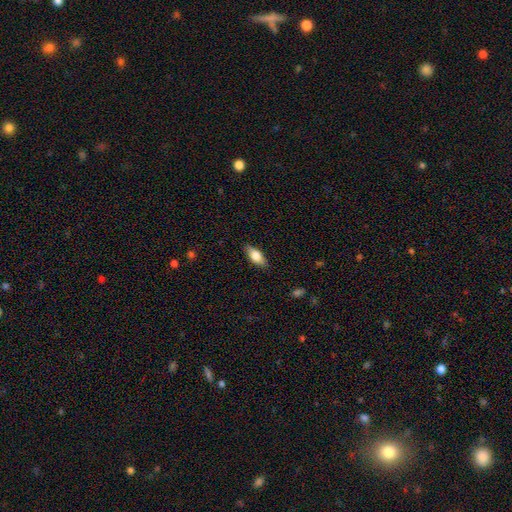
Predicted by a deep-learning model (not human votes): A smooth galaxy with no disk features (75%) that is in between round and cigar-shaped (82%).

Vote fractions:
- Smooth or featured? smooth: 75% / featured or disk: 19% / star or artifact: 7%
- How rounded? in between: 82% / cigar-shaped: 15% / round: 3%
- Merging? none: 85% / minor disturbance: 11% / major disturbance: 2% / merger: 1%